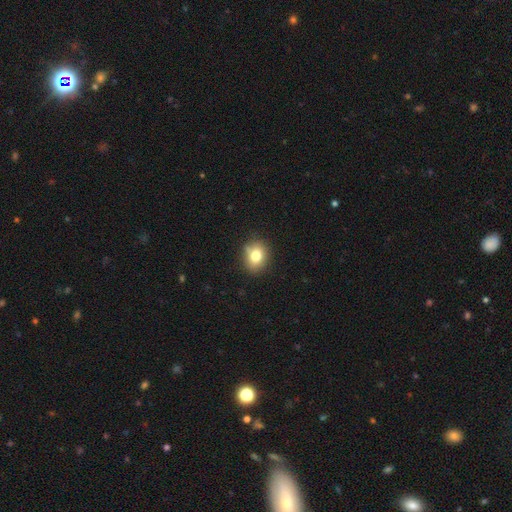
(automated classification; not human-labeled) This appears to be a smooth galaxy with no disk features (77%) that is round (61%). Merging: none (81%).